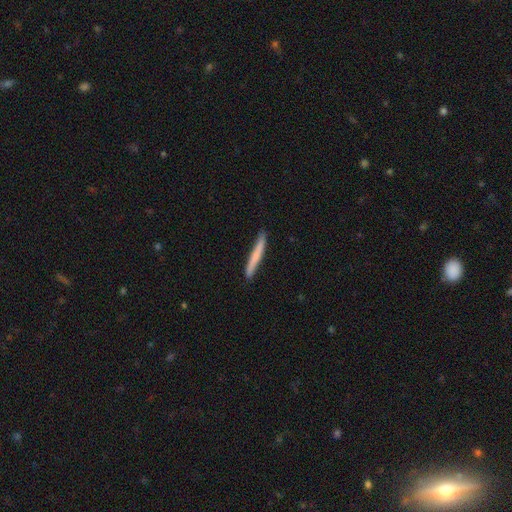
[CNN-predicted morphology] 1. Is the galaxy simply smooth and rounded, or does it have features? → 66% smooth, 29% featured or disk, 5% star or artifact.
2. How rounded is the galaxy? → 97% cigar-shaped, 2% in between, 1% round.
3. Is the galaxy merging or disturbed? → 87% none, 10% minor disturbance, 2% major disturbance, 1% merger.